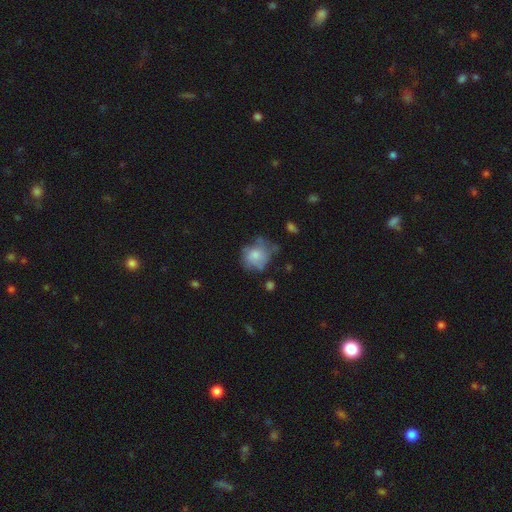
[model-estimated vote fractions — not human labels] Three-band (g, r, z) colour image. It shows a smooth galaxy with no disk features (65%) that is round (69%). Merging: none (45%).